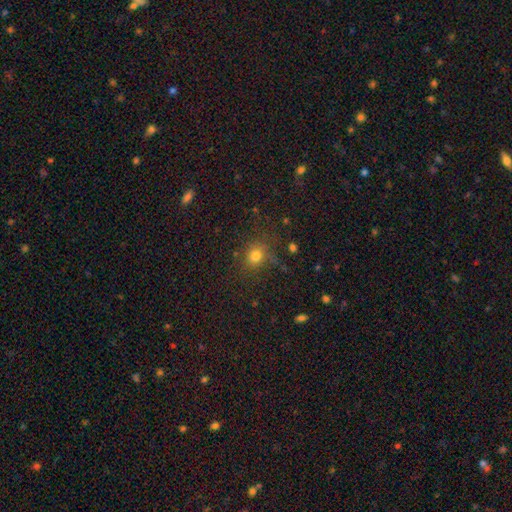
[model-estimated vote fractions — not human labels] smooth_or_featured: smooth (p=0.76) [alt: star or artifact p=0.17]
how_rounded: round (p=0.70) [alt: in between p=0.29]
merging: none (p=0.75) [alt: minor disturbance p=0.15]